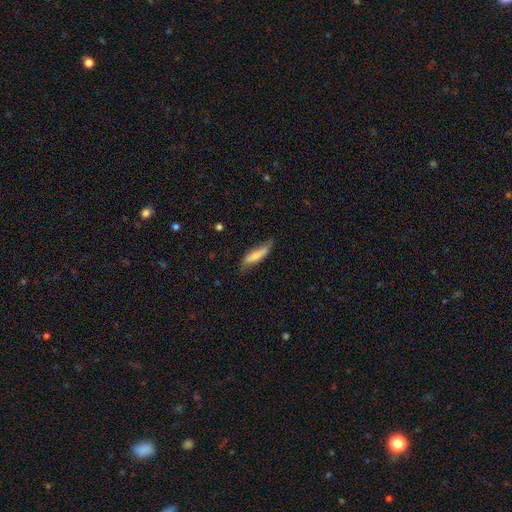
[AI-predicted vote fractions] smooth-or-featured: smooth: 71% | featured or disk: 23% | star or artifact: 6%
  how-rounded: cigar-shaped: 69% | in between: 29% | round: 2%
  merging: none: 57% | minor disturbance: 32% | major disturbance: 9% | merger: 2%